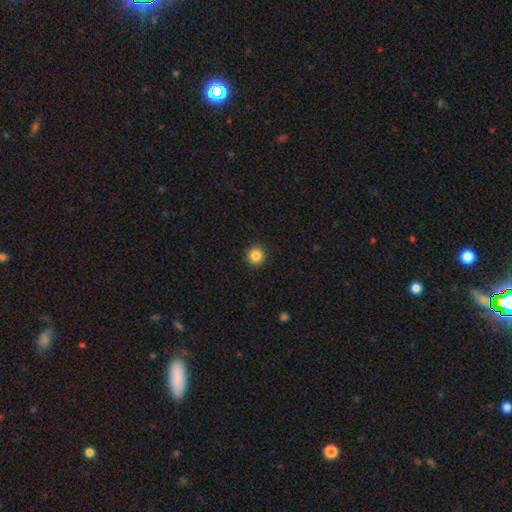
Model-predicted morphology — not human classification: smooth_or_featured: smooth (p=0.85) [alt: star or artifact p=0.11]
how_rounded: round (p=0.94) [alt: in between p=0.05]
merging: none (p=0.92) [alt: minor disturbance p=0.05]